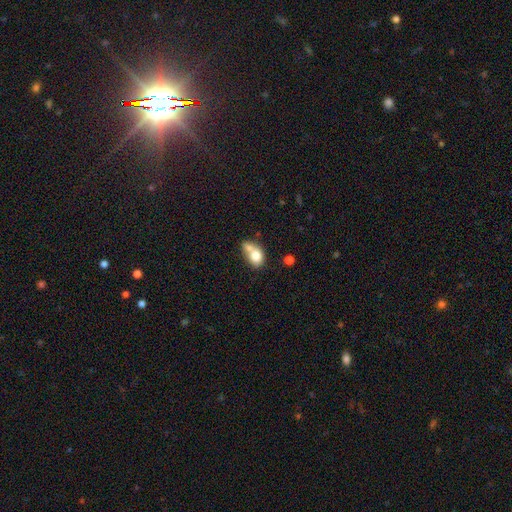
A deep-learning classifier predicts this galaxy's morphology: This appears to be a smooth galaxy with no disk features (73%) that is in between round and cigar-shaped (60%). Merging: merger (56%).